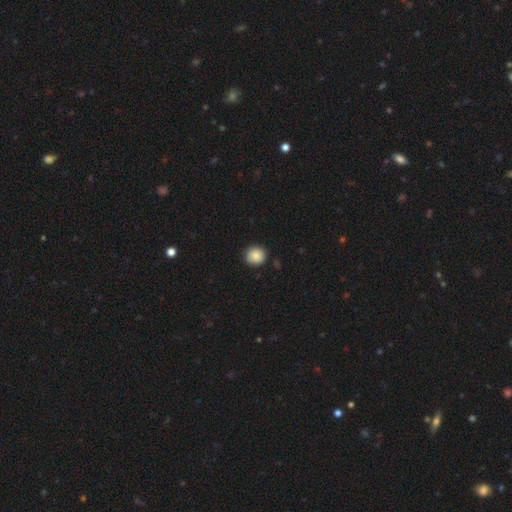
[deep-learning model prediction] Overall: smooth (87%). How rounded: round (91%). Merging: none (87%).